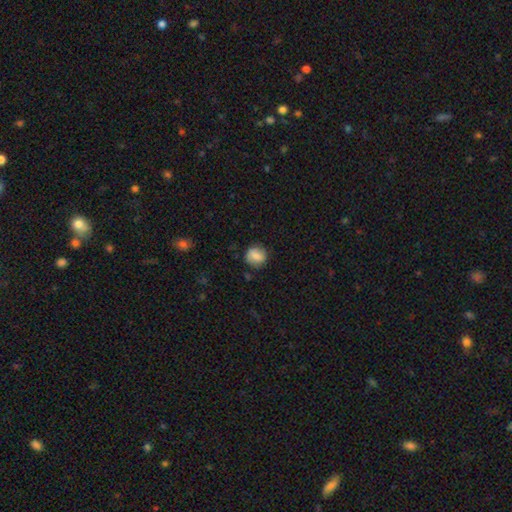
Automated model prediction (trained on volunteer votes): A smooth galaxy with no disk features (76%) that is round (79%).

Vote fractions:
- Smooth or featured? smooth: 76% / featured or disk: 16% / star or artifact: 8%
- How rounded? round: 79% / in between: 20% / cigar-shaped: 1%
- Merging? none: 79% / minor disturbance: 15% / major disturbance: 4% / merger: 2%